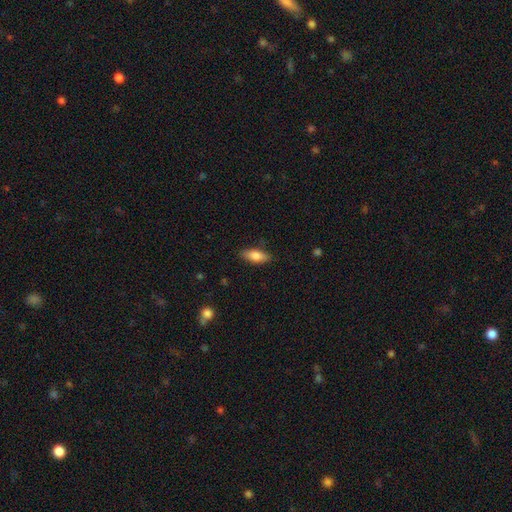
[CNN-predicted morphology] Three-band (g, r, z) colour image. It shows a smooth galaxy with no disk features (81%) that is in between round and cigar-shaped (79%). Merging: none (84%).